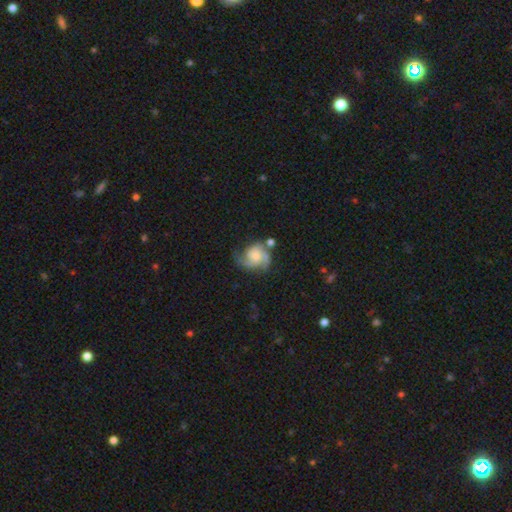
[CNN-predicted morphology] Overall: featured or disk (79%). Edge-on disk: no (98%). Bar: no (69%). Spiral arms: yes (96%). Spiral arm count: 2 (57%; 3 23%). Spiral winding: medium (47%; tight 38%). Bulge size: moderate (30%; small 29%). Merging: none (53%; minor disturbance 23%).